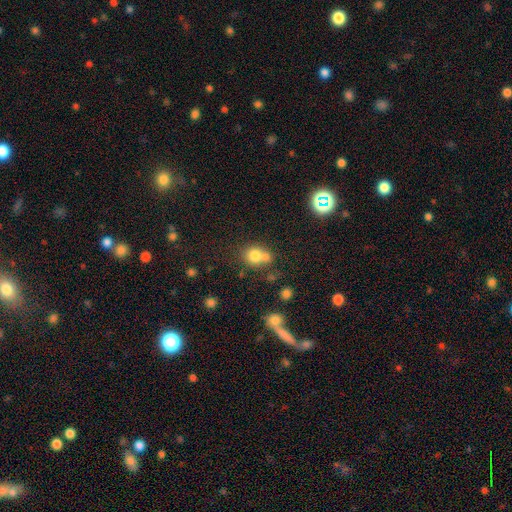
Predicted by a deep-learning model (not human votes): smooth 76%, featured or disk 12%, star or artifact 12%. Down the decision tree: how rounded — round (71%); merging — none (43%).